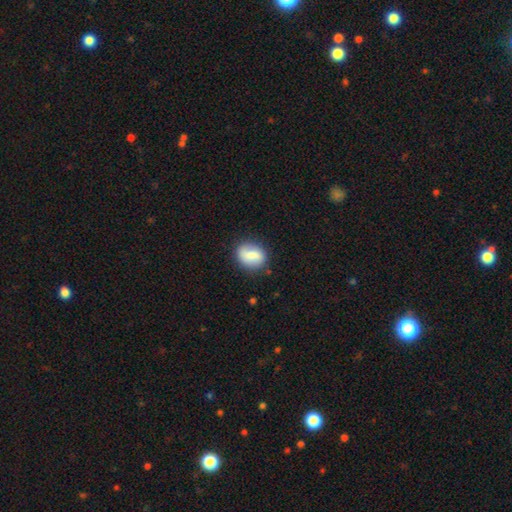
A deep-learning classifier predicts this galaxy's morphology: type=smooth (73%); roundness=in between (59%); merging=none (77%).